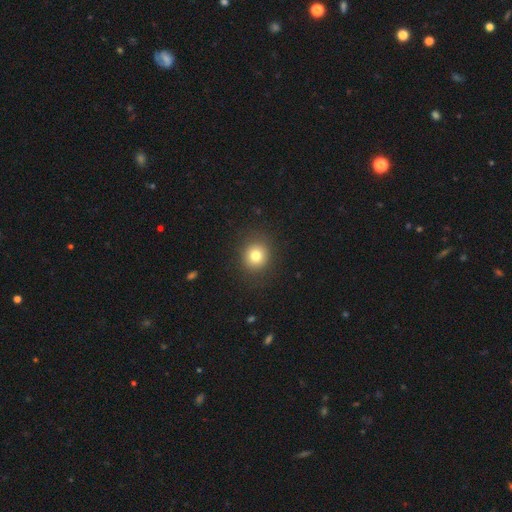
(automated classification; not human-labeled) Smooth or featured? smooth (79%)
How rounded? round (86%)
Merging? none (88%)